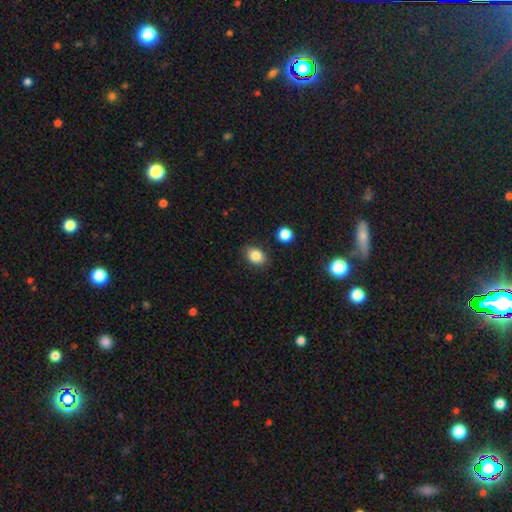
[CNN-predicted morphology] Q: Smooth or featured?
A: smooth (85%); runner-up: star or artifact (10%)
Q: How rounded?
A: in between (68%); runner-up: round (31%)
Q: Merging?
A: none (84%); runner-up: minor disturbance (11%)